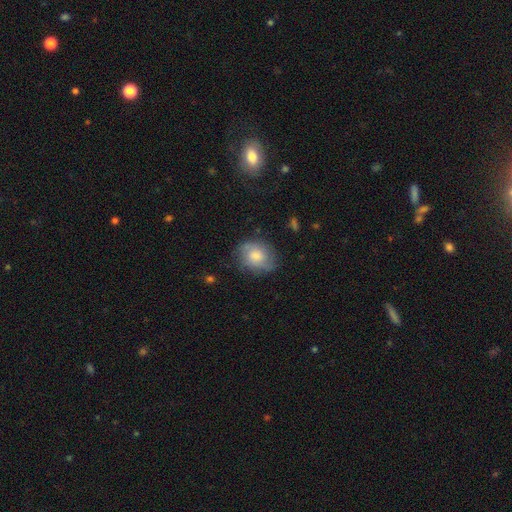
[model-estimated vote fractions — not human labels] smooth-or-featured: smooth: 60% | featured or disk: 32% | star or artifact: 8%
  how-rounded: round: 54% | in between: 45% | cigar-shaped: 1%
  merging: none: 71% | minor disturbance: 21% | major disturbance: 7% | merger: 1%